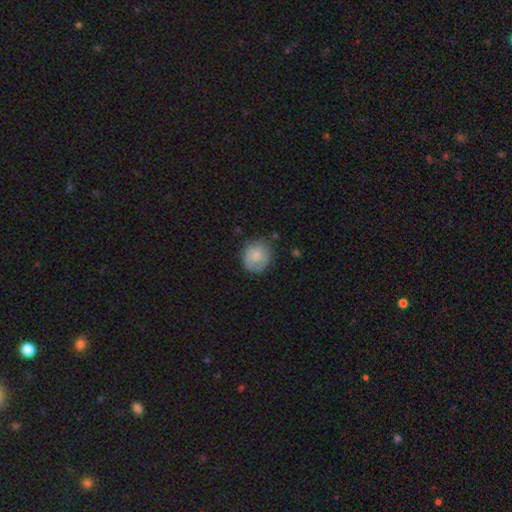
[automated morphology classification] This appears to be a smooth galaxy with no disk features (73%) that is round (82%). Merging: none (69%).